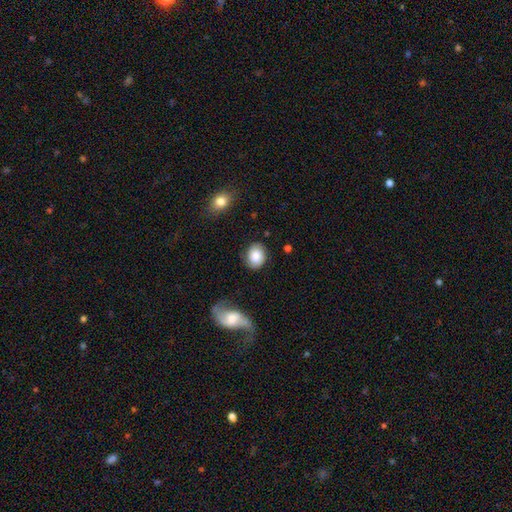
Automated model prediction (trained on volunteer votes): A smooth galaxy with no disk features (79%) that is round (50%). Merging: none (76%).